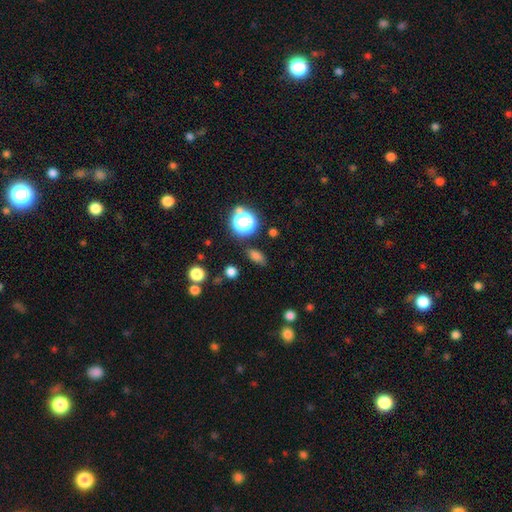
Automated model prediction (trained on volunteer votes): Q: Smooth or featured?
A: smooth (74%); runner-up: star or artifact (19%)
Q: How rounded?
A: in between (72%); runner-up: round (22%)
Q: Merging?
A: none (81%); runner-up: minor disturbance (12%)